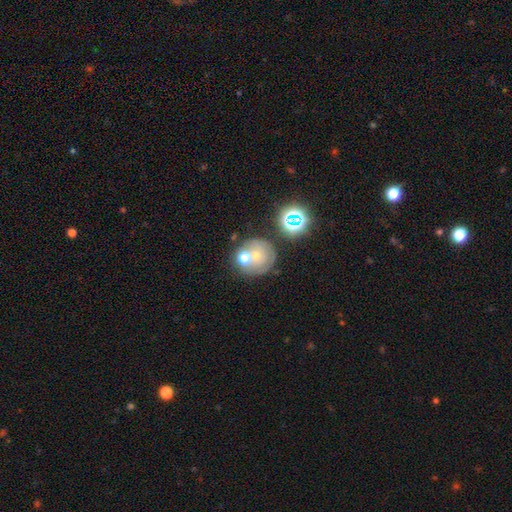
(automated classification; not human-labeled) Smooth or featured: smooth — 49% (featured or disk — 34%)
Merging: none — 50% (merger — 31%)